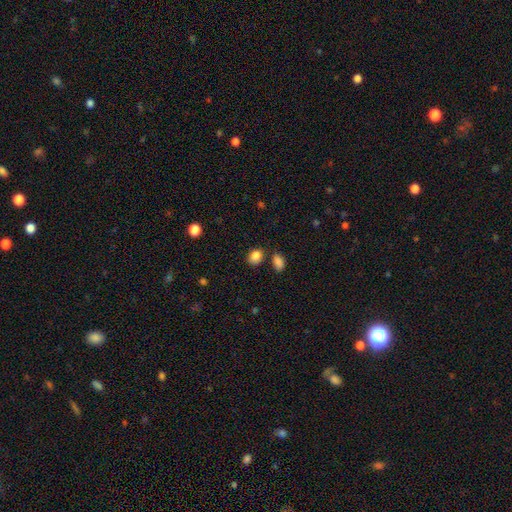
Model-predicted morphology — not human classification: Smooth or featured? Predicted: smooth (p=0.86). How rounded? Predicted: in between (p=0.65). Merging? Predicted: none (p=0.73).